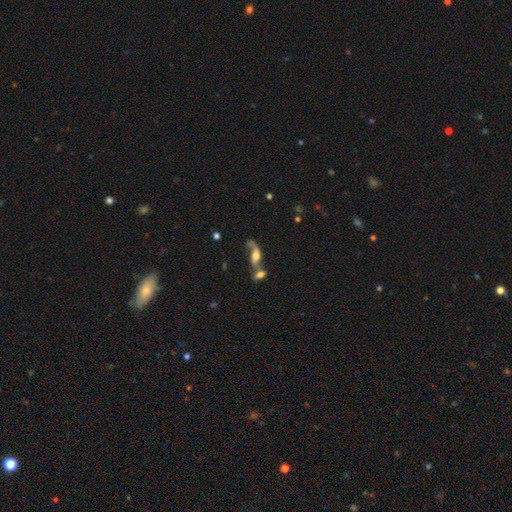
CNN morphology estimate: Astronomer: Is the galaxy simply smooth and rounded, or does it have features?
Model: featured or disk — 59%.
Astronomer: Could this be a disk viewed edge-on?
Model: no — 81%.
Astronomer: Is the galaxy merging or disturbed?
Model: merger — 56%.